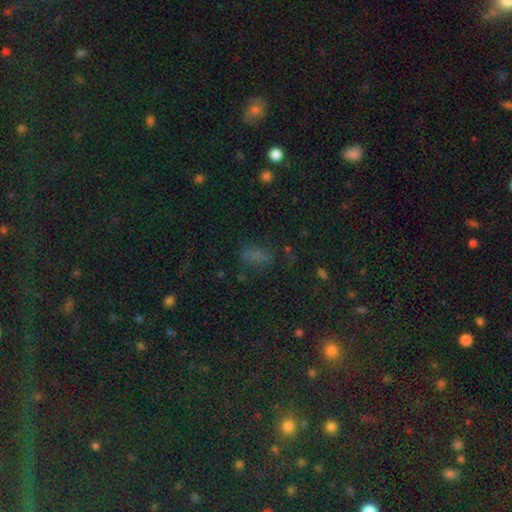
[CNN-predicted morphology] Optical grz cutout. It shows a smooth galaxy with no disk features (59%) that is in between round and cigar-shaped (79%). Merging: none (59%).